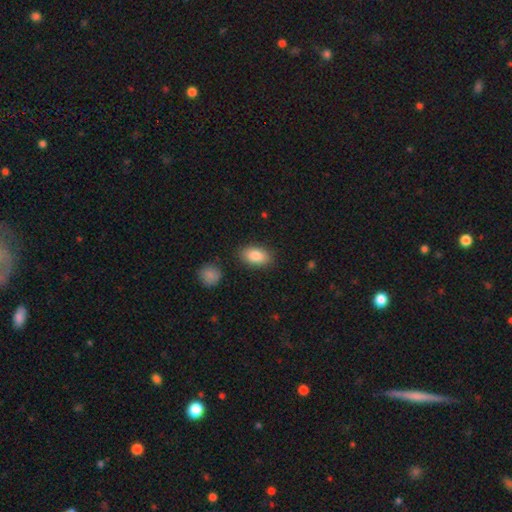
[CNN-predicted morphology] Smooth or featured?
  - smooth: 86% *
  - featured or disk: 8%
  - star or artifact: 7%
How rounded?
  - in between: 91% *
  - round: 7%
  - cigar-shaped: 2%
Merging?
  - none: 85% *
  - minor disturbance: 10%
  - major disturbance: 3%
  - merger: 2%